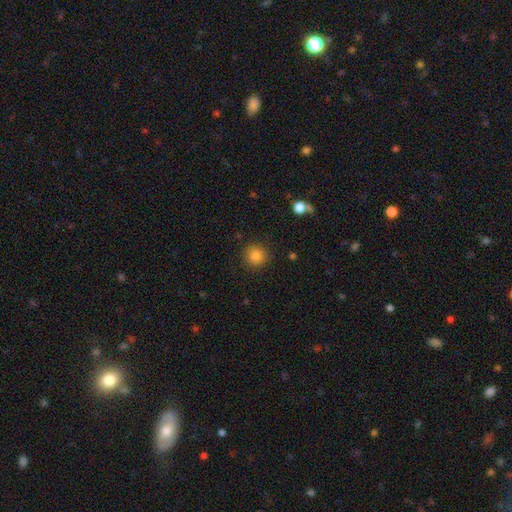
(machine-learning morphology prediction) smooth-or-featured: smooth: 84% | star or artifact: 11% | featured or disk: 5%
  how-rounded: round: 93% | in between: 6% | cigar-shaped: 1%
  merging: none: 90% | minor disturbance: 7% | major disturbance: 2% | merger: 1%